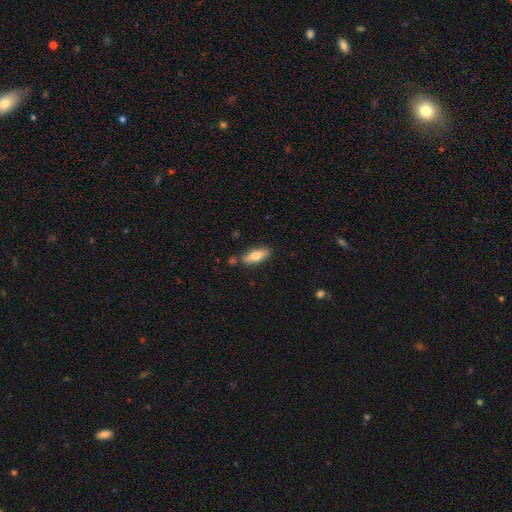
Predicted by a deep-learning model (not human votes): Overall: smooth (75%). How rounded: in between (60%; cigar-shaped 38%). Merging: none (80%).